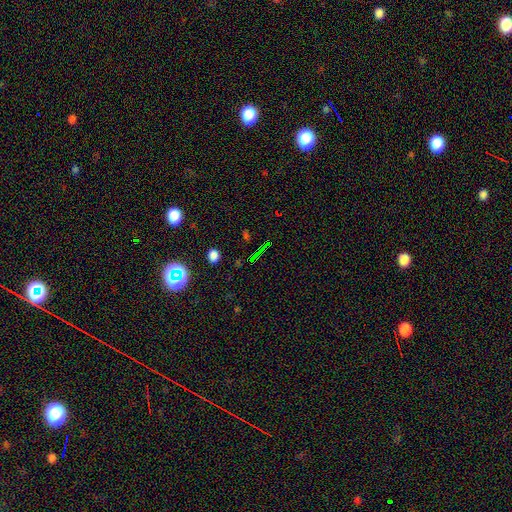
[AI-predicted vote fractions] Overall: star or artifact (63%).